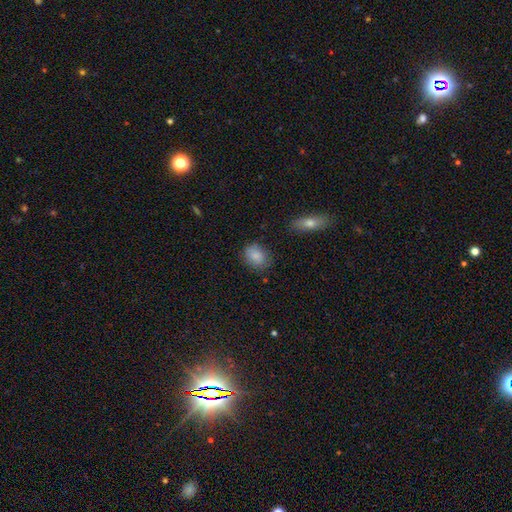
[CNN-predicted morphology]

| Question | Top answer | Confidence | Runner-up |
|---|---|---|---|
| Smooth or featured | smooth | 86% | star or artifact (7%) |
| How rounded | in between | 60% | round (38%) |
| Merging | none | 76% | minor disturbance (18%) |